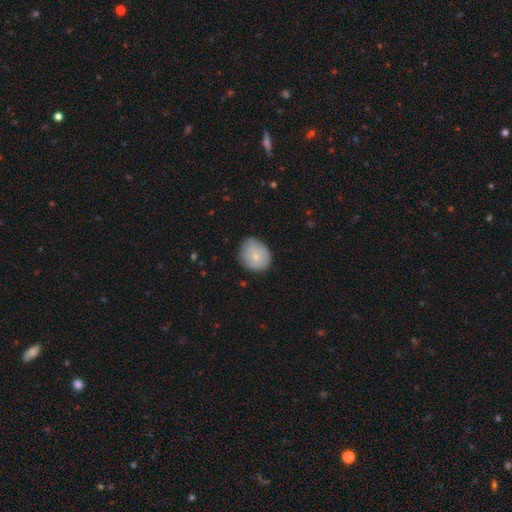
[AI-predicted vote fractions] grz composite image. It shows a smooth galaxy with no disk features (74%) that is round (65%). Merging: none (69%).